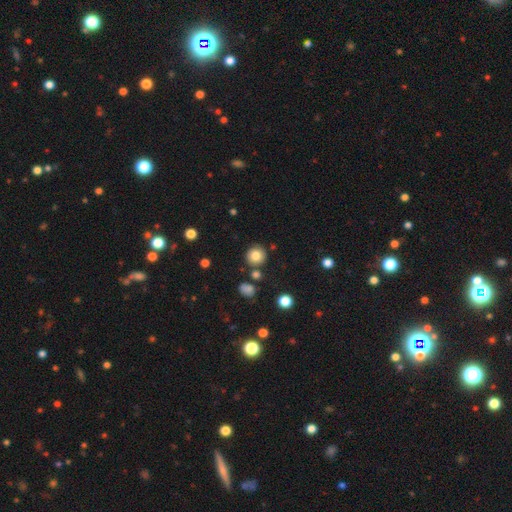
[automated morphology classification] This appears to be a smooth galaxy with no disk features (82%) that is round (92%). Merging: none (83%).